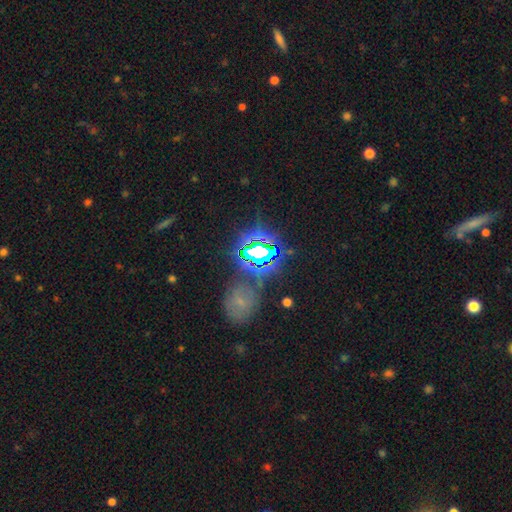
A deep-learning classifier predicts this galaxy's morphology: Q: Smooth or featured?
A: star or artifact (72%); runner-up: smooth (17%)